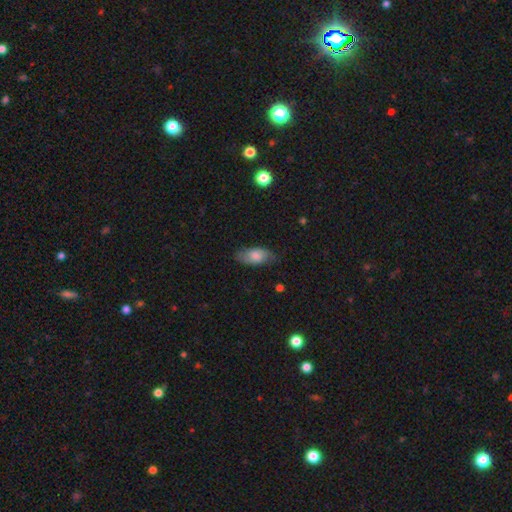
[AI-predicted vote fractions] Overall: smooth (71%). How rounded: in between (90%). Merging: none (73%).